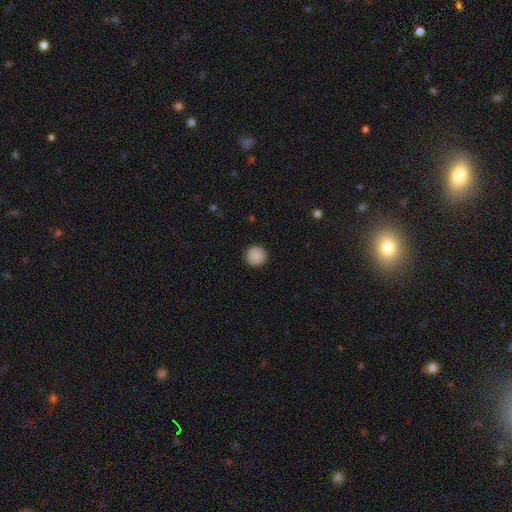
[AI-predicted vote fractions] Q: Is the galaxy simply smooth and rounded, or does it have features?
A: smooth — 90%.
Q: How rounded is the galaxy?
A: round — 96%.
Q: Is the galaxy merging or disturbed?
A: none — 93%.